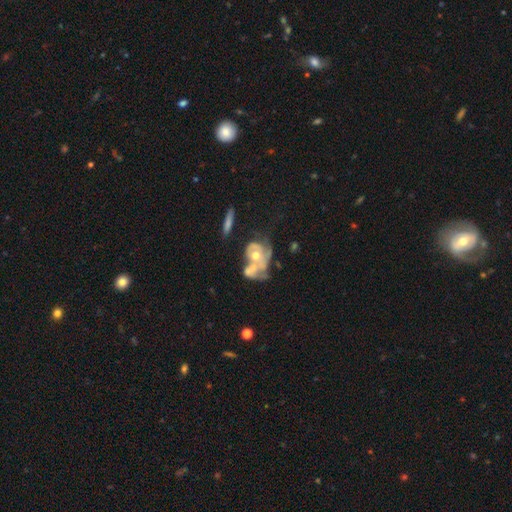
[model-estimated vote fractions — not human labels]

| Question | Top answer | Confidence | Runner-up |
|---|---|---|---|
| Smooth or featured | featured or disk | 67% | smooth (26%) |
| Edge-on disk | no | 96% | yes (4%) |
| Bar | no | 82% | weak (14%) |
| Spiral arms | yes | 57% | no (43%) |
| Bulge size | moderate | 73% | small (16%) |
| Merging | merger | 54% | major disturbance (19%) |